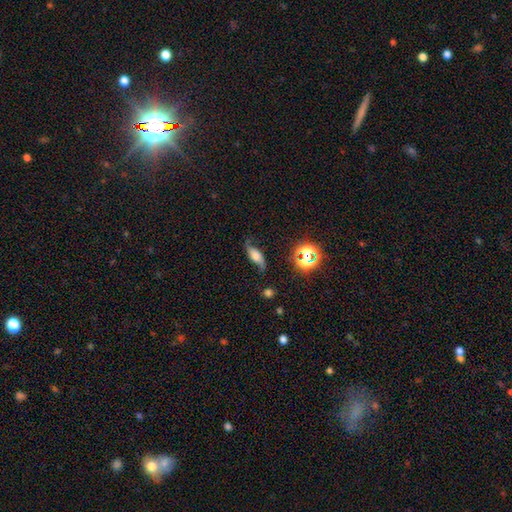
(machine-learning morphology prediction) type=featured or disk (50%); edge-on=no (76%); merging=none (63%).